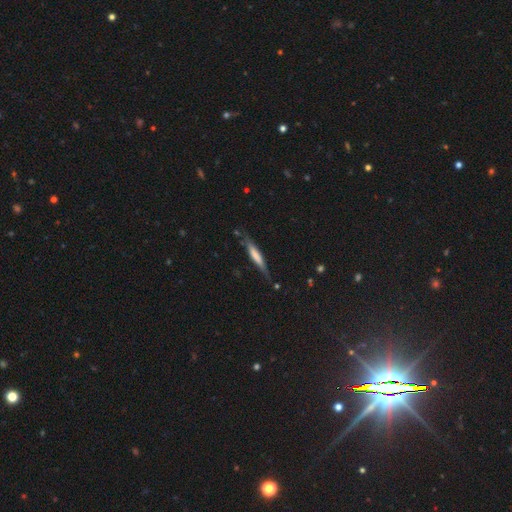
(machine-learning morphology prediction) Smooth or featured? Predicted: smooth (p=0.53). How rounded? Predicted: cigar-shaped (p=0.90). Merging? Predicted: none (p=0.72).